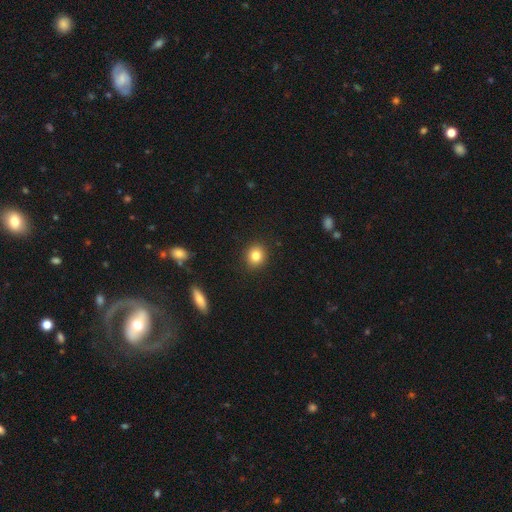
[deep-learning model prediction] smooth_or_featured: smooth (p=0.83) [alt: star or artifact p=0.11]
how_rounded: round (p=0.81) [alt: in between p=0.18]
merging: none (p=0.91) [alt: minor disturbance p=0.06]